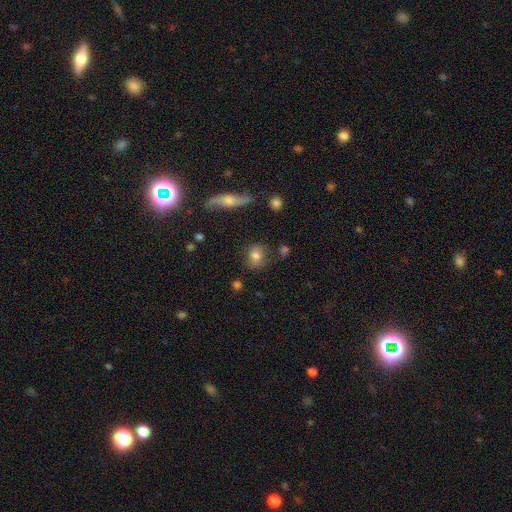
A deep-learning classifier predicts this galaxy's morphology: Smooth or featured: smooth — 76% (featured or disk — 15%)
How rounded: round — 60% (in between — 38%)
Merging: none — 75% (minor disturbance — 16%)